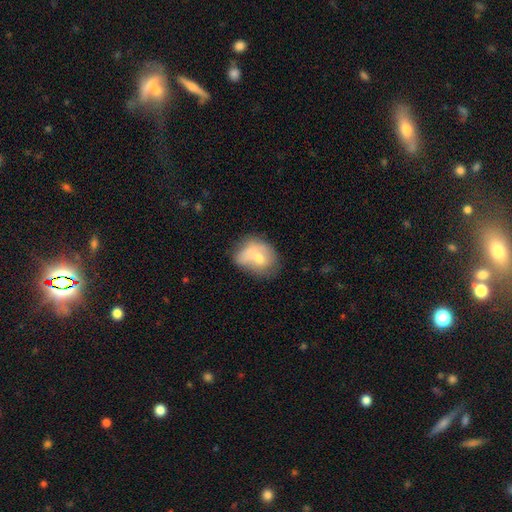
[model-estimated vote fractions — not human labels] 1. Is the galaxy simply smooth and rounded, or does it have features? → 62% smooth, 30% featured or disk, 8% star or artifact.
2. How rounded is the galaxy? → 54% in between, 45% round, 1% cigar-shaped.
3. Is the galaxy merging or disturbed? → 46% merger, 25% none, 18% minor disturbance, 11% major disturbance.